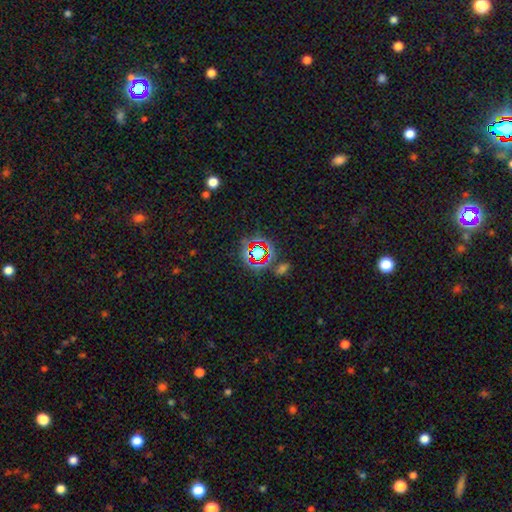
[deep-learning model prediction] Q: Smooth or featured?
A: star or artifact (68%); runner-up: smooth (21%)